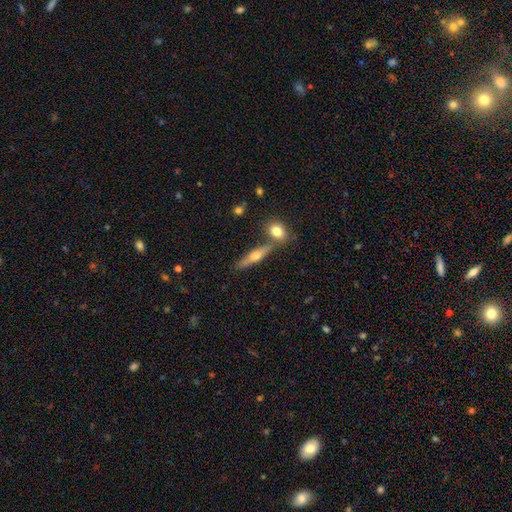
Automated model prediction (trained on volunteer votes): Smooth or featured?
  - featured or disk: 52% *
  - smooth: 40%
  - star or artifact: 7%
Edge-on disk?
  - yes: 92% *
  - no: 8%
Merging?
  - none: 72% *
  - merger: 15%
  - minor disturbance: 10%
  - major disturbance: 3%